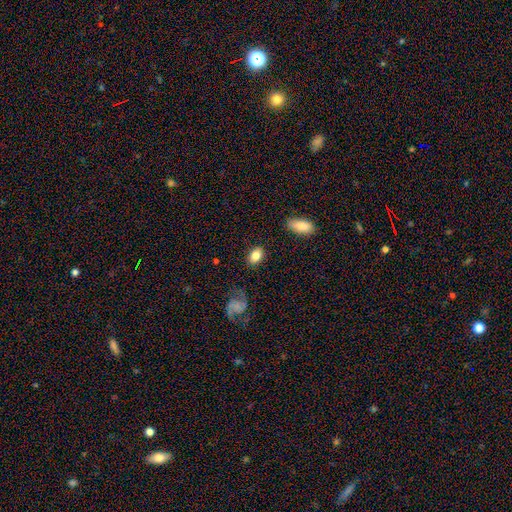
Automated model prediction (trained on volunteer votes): Q: Smooth or featured?
A: smooth (82%); runner-up: featured or disk (11%)
Q: How rounded?
A: in between (84%); runner-up: round (14%)
Q: Merging?
A: none (83%); runner-up: minor disturbance (11%)